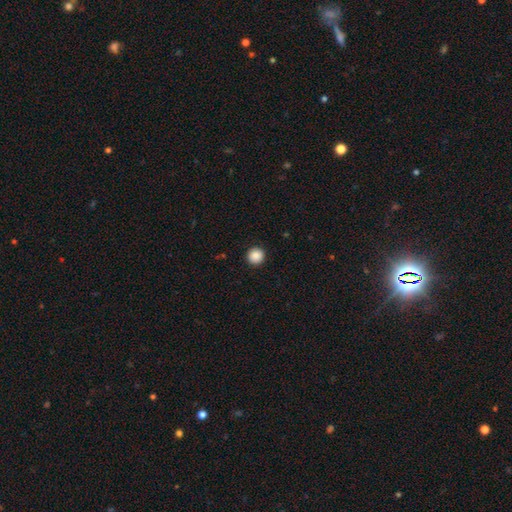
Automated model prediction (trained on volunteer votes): Overall: smooth (89%). How rounded: round (94%). Merging: none (93%).